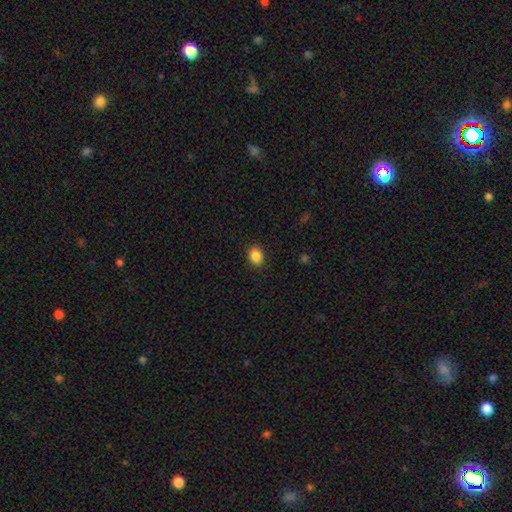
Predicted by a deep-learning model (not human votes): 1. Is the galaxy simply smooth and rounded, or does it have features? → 87% smooth, 9% star or artifact, 4% featured or disk.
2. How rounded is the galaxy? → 58% in between, 41% round, 1% cigar-shaped.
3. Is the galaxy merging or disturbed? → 90% none, 7% minor disturbance, 2% major disturbance, 1% merger.